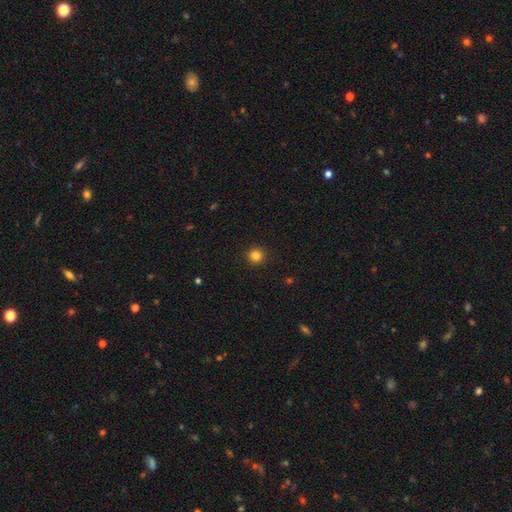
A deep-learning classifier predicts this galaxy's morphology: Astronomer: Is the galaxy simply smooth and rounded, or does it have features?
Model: smooth — 83%.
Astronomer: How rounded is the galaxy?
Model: round — 95%.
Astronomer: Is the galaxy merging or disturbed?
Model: none — 93%.